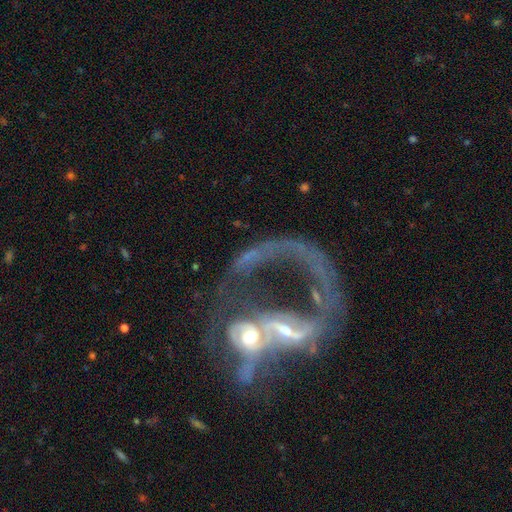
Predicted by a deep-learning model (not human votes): A featured or disk galaxy (74%) with no bar (55%), spiral arms (62%) and a small central bulge (43%).

Vote fractions:
- Smooth or featured? featured or disk: 74% / smooth: 15% / star or artifact: 11%
- Edge-on disk? no: 95% / yes: 5%
- Bar? no: 55% / weak: 27% / strong: 17%
- Spiral arms? yes: 62% / no: 38%
- Bulge size? small: 43% / moderate: 42% / none: 8% / large: 5% / dominant: 3%
- Merging? merger: 62% / major disturbance: 22% / none: 11% / minor disturbance: 6%